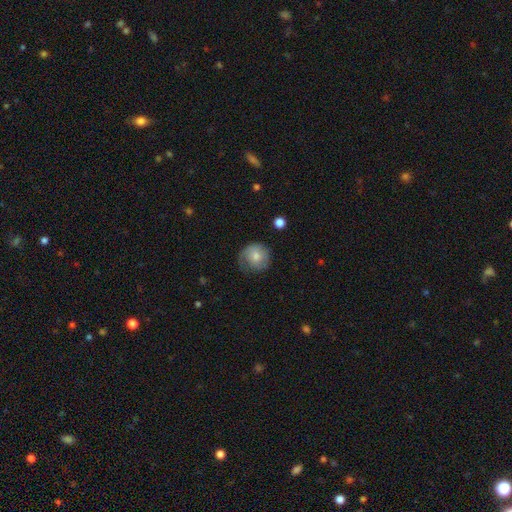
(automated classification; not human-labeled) Overall: smooth (65%; featured or disk 27%). How rounded: round (88%). Merging: none (61%; minor disturbance 27%).